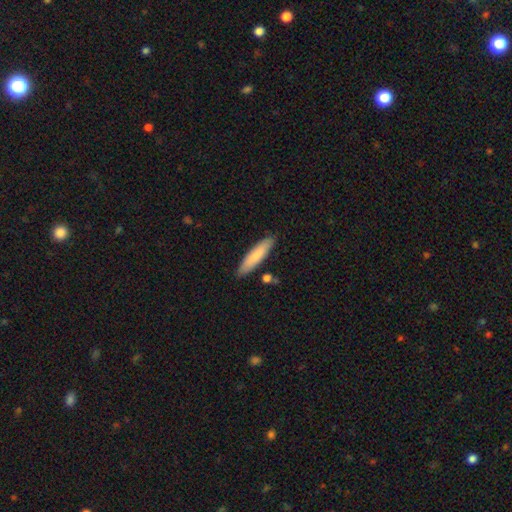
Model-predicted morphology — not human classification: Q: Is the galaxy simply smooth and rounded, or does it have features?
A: smooth — 80%.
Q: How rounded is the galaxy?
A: cigar-shaped — 79%.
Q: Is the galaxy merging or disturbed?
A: none — 86%.